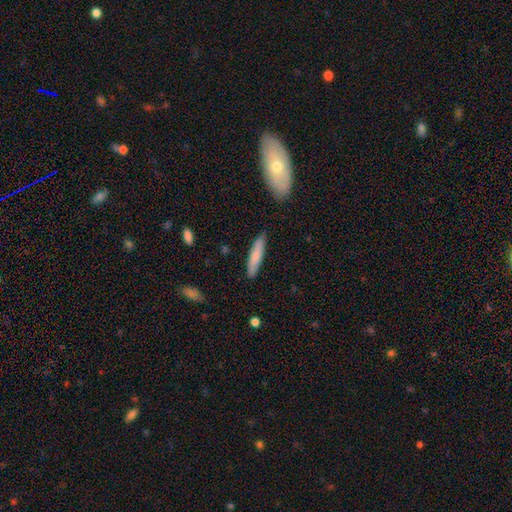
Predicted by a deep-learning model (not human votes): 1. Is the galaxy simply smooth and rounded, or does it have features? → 74% smooth, 20% featured or disk, 6% star or artifact.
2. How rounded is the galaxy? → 86% cigar-shaped, 13% in between, 1% round.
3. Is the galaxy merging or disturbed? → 85% none, 11% minor disturbance, 2% major disturbance, 2% merger.